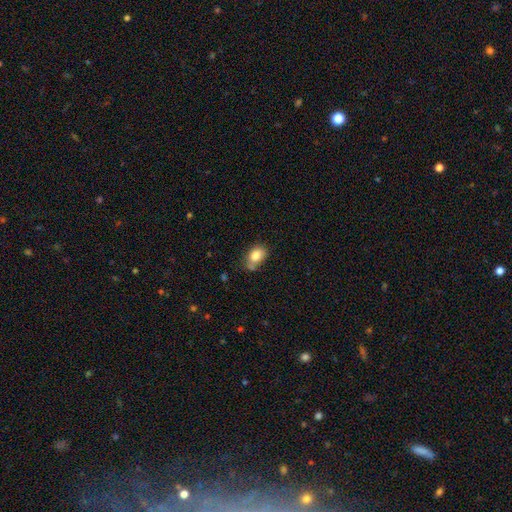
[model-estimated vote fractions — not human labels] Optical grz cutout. It shows a smooth galaxy with no disk features (81%) that is in between round and cigar-shaped (75%). Merging: none (53%).